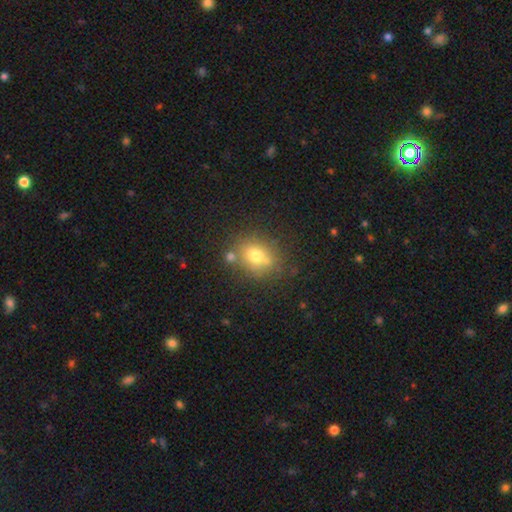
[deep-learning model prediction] smooth 71%, featured or disk 15%, star or artifact 14%. Down the decision tree: how rounded — round (57%); merging — none (66%).